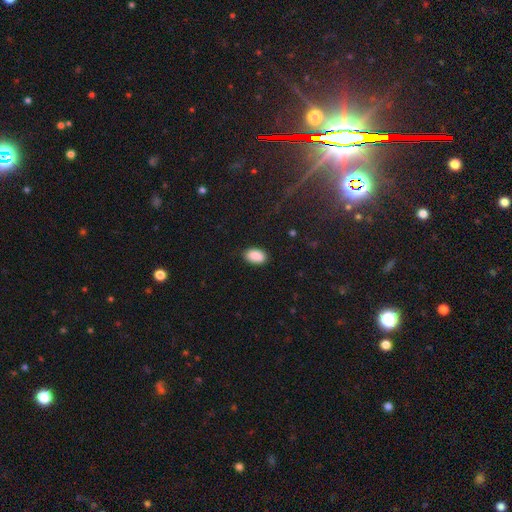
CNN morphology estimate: Q: Smooth or featured?
A: smooth (90%); runner-up: star or artifact (7%)
Q: How rounded?
A: in between (91%); runner-up: round (7%)
Q: Merging?
A: none (86%); runner-up: minor disturbance (11%)